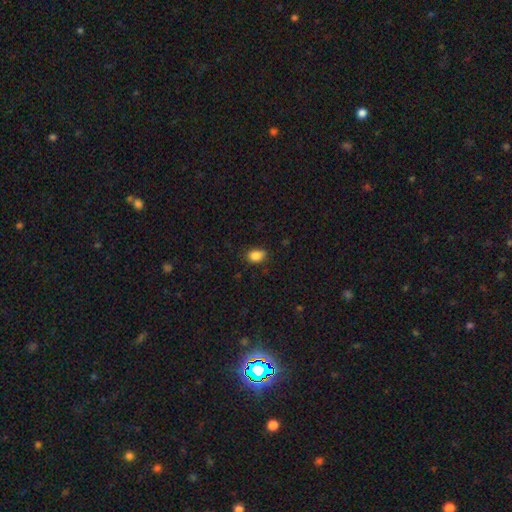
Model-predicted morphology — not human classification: smooth_or_featured: smooth (p=0.86) [alt: star or artifact p=0.10]
how_rounded: in between (p=0.70) [alt: round p=0.29]
merging: none (p=0.74) [alt: minor disturbance p=0.21]